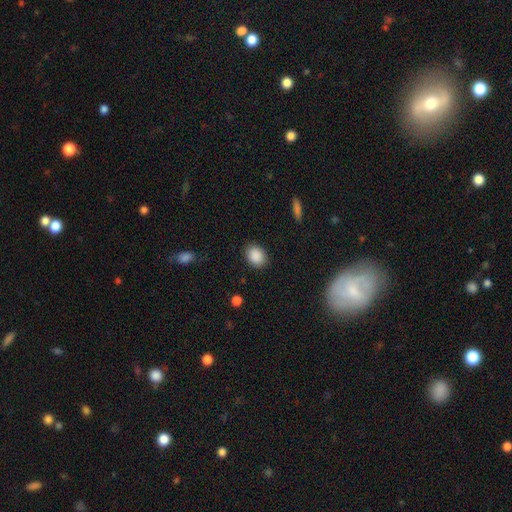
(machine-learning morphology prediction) This is clearly a smooth galaxy (89%). How rounded: possibly in between (55%). Merging: clearly none (87%).